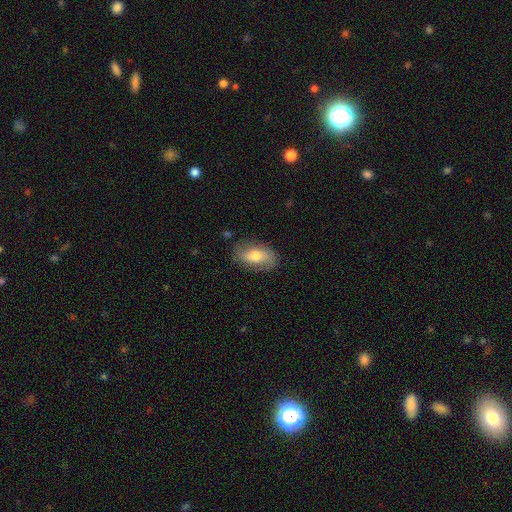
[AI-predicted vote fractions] A smooth galaxy with no disk features (60%) that is in between round and cigar-shaped (90%).

Vote fractions:
- Smooth or featured? smooth: 60% / featured or disk: 33% / star or artifact: 7%
- How rounded? in between: 90% / round: 6% / cigar-shaped: 4%
- Merging? none: 78% / minor disturbance: 16% / major disturbance: 5% / merger: 1%